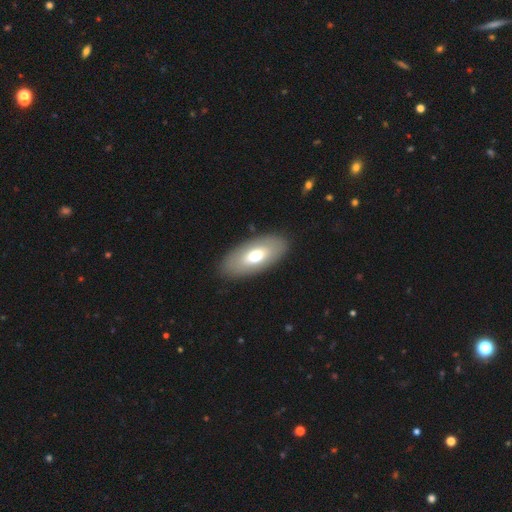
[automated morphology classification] smooth 65%, featured or disk 29%, star or artifact 6%. Down the decision tree: how rounded — in between (92%); merging — none (87%).